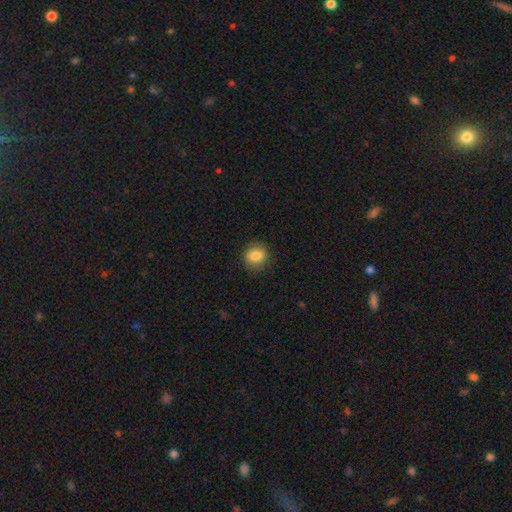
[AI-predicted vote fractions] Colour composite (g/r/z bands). It shows a smooth galaxy with no disk features (82%) that is round (71%). Merging: none (87%).